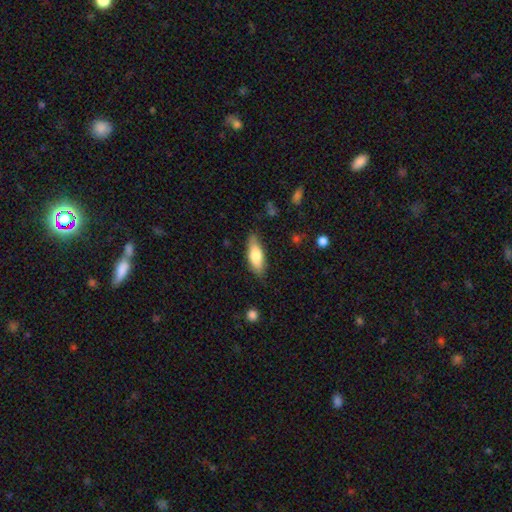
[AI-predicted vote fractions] Smooth or featured? Predicted: smooth (p=0.76). How rounded? Predicted: in between (p=0.67). Merging? Predicted: none (p=0.80).